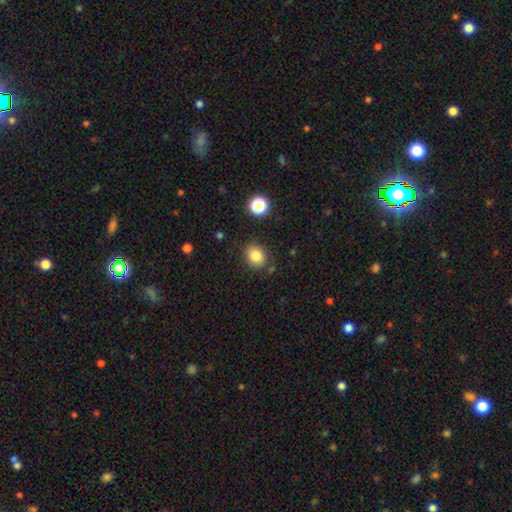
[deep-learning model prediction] Smooth or featured?
  - smooth: 83% *
  - star or artifact: 11%
  - featured or disk: 6%
How rounded?
  - round: 64% *
  - in between: 35%
  - cigar-shaped: 1%
Merging?
  - none: 83% *
  - minor disturbance: 11%
  - merger: 3%
  - major disturbance: 3%